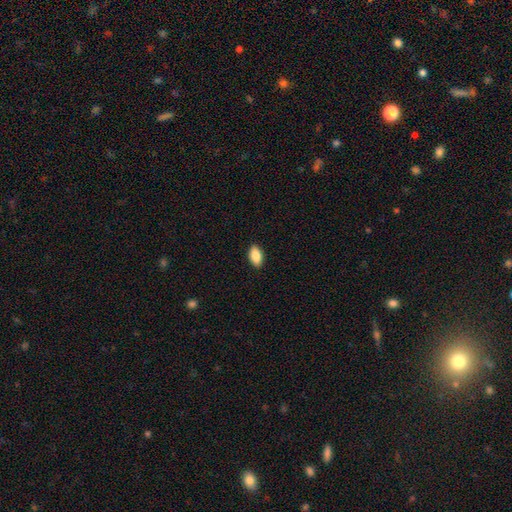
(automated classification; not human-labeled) Smooth or featured?
  - smooth: 88% *
  - star or artifact: 7%
  - featured or disk: 5%
How rounded?
  - in between: 93% *
  - round: 4%
  - cigar-shaped: 4%
Merging?
  - none: 90% *
  - minor disturbance: 7%
  - major disturbance: 2%
  - merger: 1%